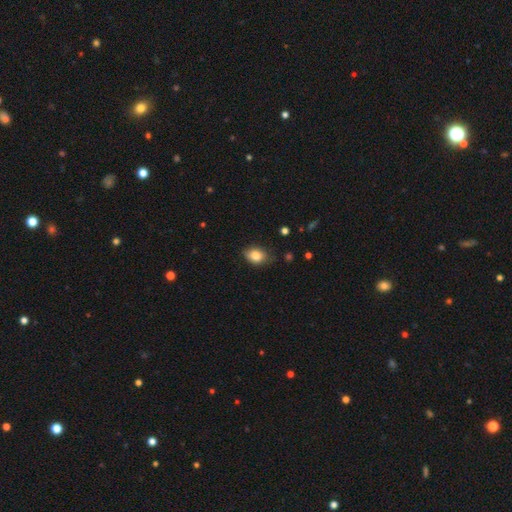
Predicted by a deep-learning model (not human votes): This is clearly a smooth galaxy (84%). How rounded: likely in between (75%). Merging: likely none (76%).